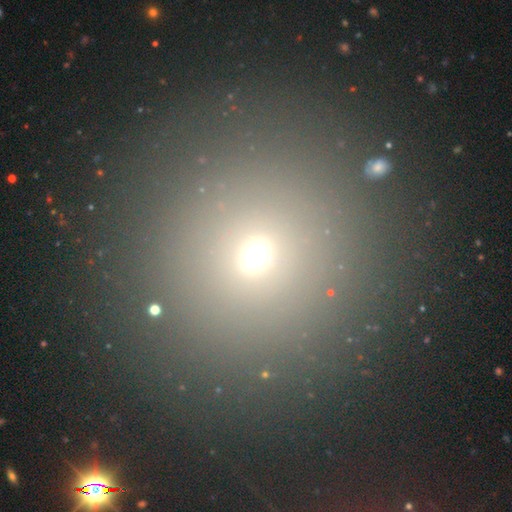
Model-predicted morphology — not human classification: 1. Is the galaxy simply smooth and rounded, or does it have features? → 63% smooth, 25% star or artifact, 12% featured or disk.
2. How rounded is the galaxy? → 75% round, 23% in between, 2% cigar-shaped.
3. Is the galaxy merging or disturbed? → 82% none, 9% minor disturbance, 5% merger, 4% major disturbance.